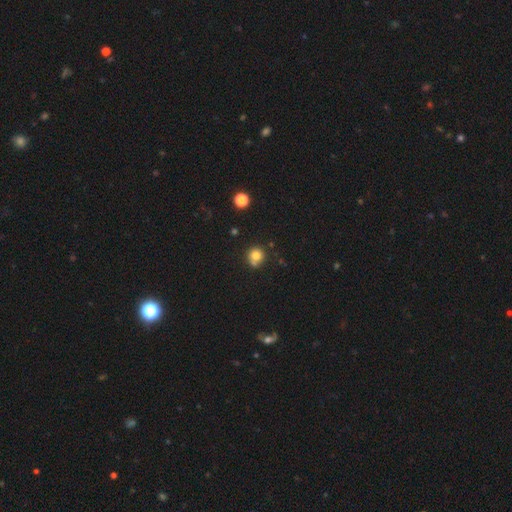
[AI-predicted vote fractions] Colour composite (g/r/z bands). It shows a smooth galaxy with no disk features (79%) that is round (89%). Merging: none (64%).